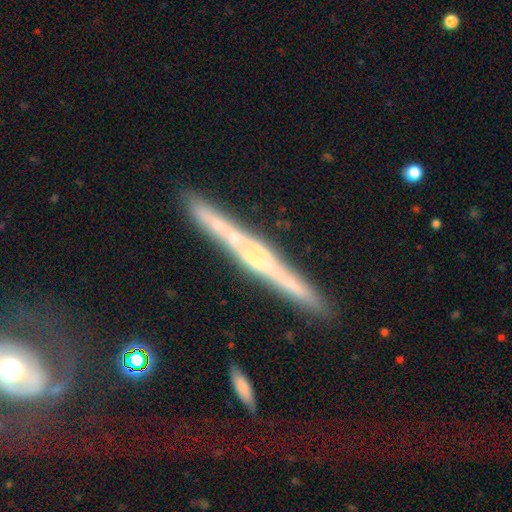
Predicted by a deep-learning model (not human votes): Smooth or featured?
  - featured or disk: 72% *
  - smooth: 20%
  - star or artifact: 8%
Edge-on disk?
  - yes: 96% *
  - no: 4%
Edge-on bulge?
  - none: 52% *
  - rounded: 28%
  - boxy: 20%
Merging?
  - none: 81% *
  - minor disturbance: 12%
  - merger: 4%
  - major disturbance: 3%